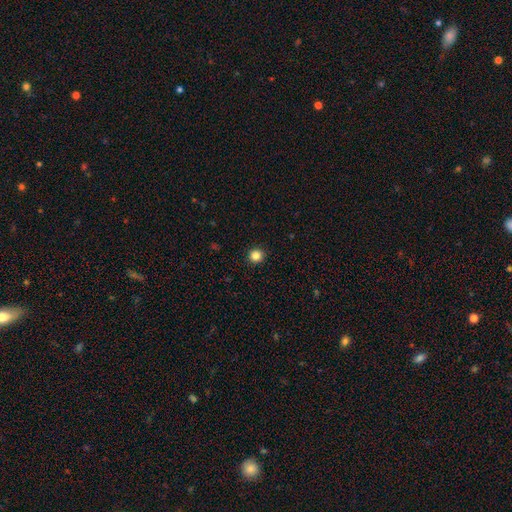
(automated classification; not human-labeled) The model was most divided on "smooth or featured": smooth: 85%, star or artifact: 12%, featured or disk: 4%. More confident: how rounded — round (93%); merging — none (93%).